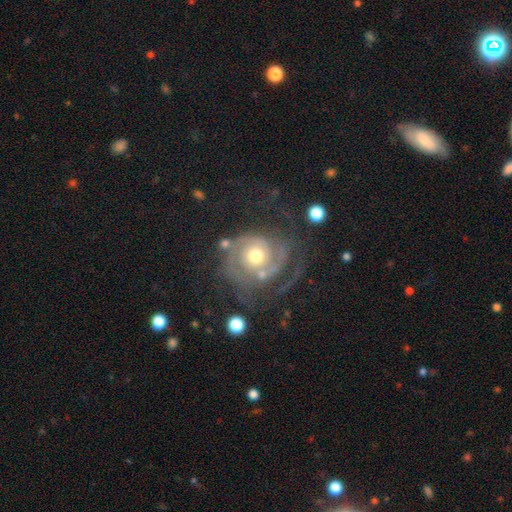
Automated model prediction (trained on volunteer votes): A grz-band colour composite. It shows a featured or disk galaxy (87%) with no bar (80%), 2 (45%) tight (63%) spiral arms (95%) and a moderate central bulge (71%). Merging: none (57%).